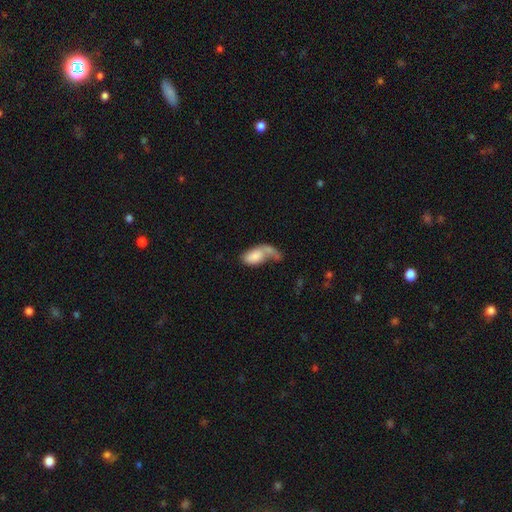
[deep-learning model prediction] smooth 72%, featured or disk 21%, star or artifact 7%. Down the decision tree: how rounded — in between (91%); merging — merger (35%).